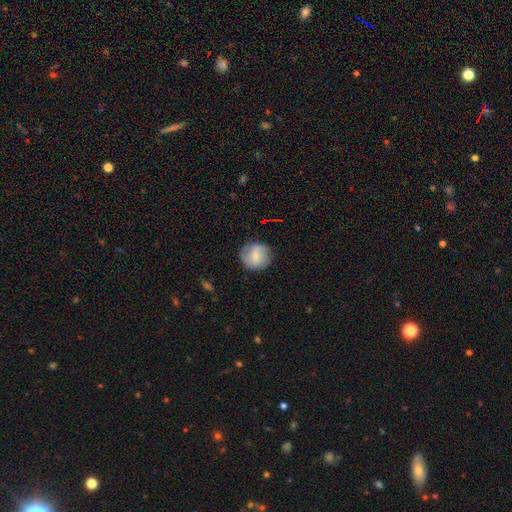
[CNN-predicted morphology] Q: Smooth or featured?
A: smooth (55%); runner-up: featured or disk (38%)
Q: How rounded?
A: round (90%); runner-up: in between (9%)
Q: Merging?
A: none (79%); runner-up: minor disturbance (15%)